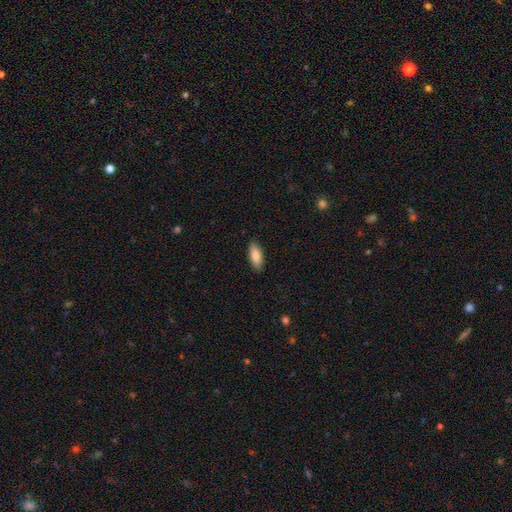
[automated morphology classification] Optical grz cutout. It shows a smooth galaxy with no disk features (84%) that is in between round and cigar-shaped (80%). Merging: none (89%).